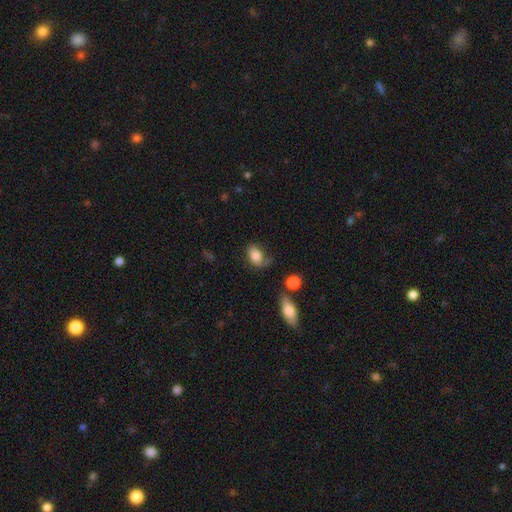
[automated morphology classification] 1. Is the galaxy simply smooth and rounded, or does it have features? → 80% smooth, 11% featured or disk, 8% star or artifact.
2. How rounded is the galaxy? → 82% in between, 17% round, 2% cigar-shaped.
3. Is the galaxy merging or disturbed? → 46% none, 30% minor disturbance, 18% major disturbance, 6% merger.